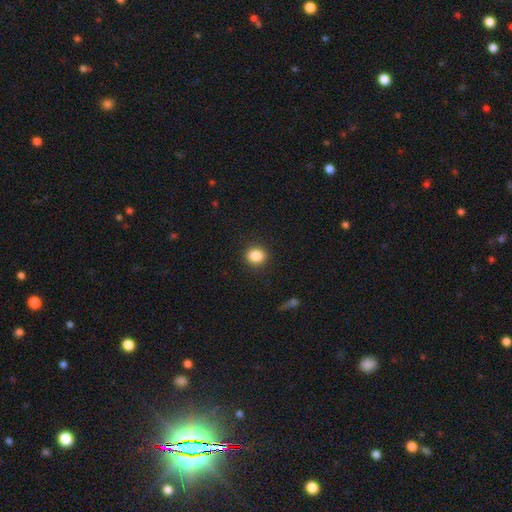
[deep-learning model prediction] The model was most divided on "how rounded": round: 77%, in between: 22%, cigar-shaped: 1%. More confident: merging — none (90%); smooth or featured — smooth (86%).